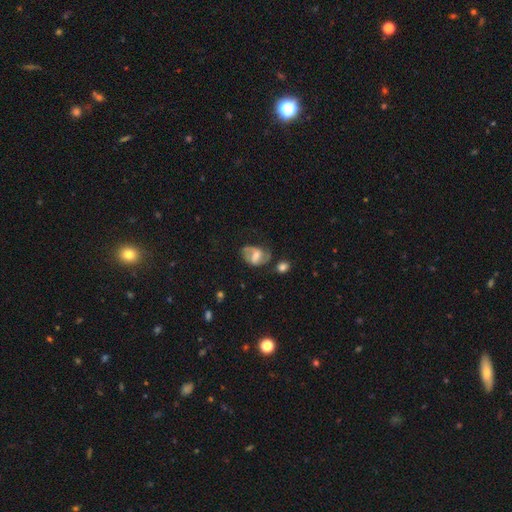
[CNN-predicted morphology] Overall: featured or disk (57%; smooth 35%). Edge-on disk: no (96%). Bar: weak (46%; no 27%). Spiral arms: yes (78%). Bulge size: moderate (42%; small 27%). Merging: none (49%; minor disturbance 25%).